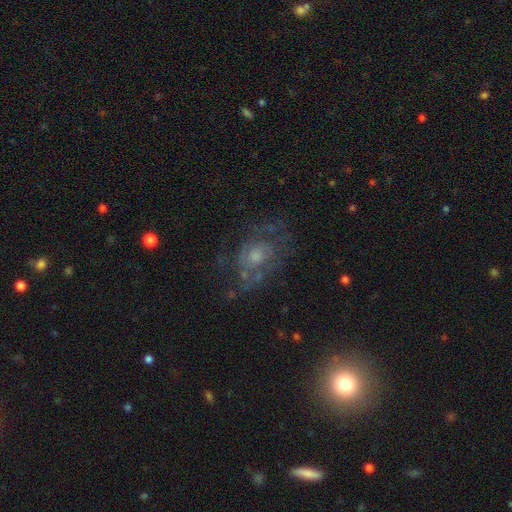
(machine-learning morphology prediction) Smooth or featured? Predicted: featured or disk (p=0.68). Edge-on disk? Predicted: no (p=0.96). Bar? Predicted: no (p=0.80). Spiral arms? Predicted: yes (p=0.67). Bulge size? Predicted: moderate (p=0.52). Merging? Predicted: none (p=0.56).